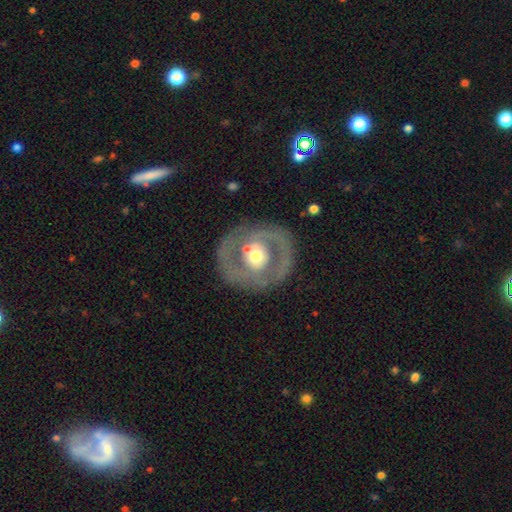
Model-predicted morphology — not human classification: Smooth or featured? Predicted: featured or disk (p=0.66). Edge-on disk? Predicted: no (p=0.96). Bar? Predicted: no (p=0.71). Spiral arms? Predicted: no (p=0.72). Bulge size? Predicted: moderate (p=0.67). Merging? Predicted: none (p=0.76).